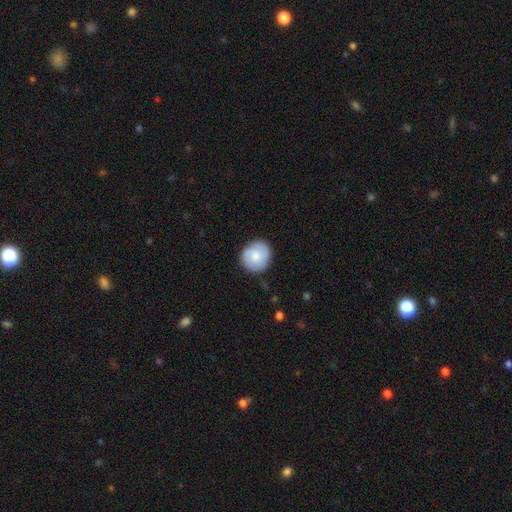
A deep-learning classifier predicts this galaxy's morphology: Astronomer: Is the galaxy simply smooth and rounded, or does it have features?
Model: smooth — 53% (runner-up: featured or disk, 41%).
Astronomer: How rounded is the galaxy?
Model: round — 85%.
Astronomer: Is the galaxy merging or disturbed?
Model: none — 82%.